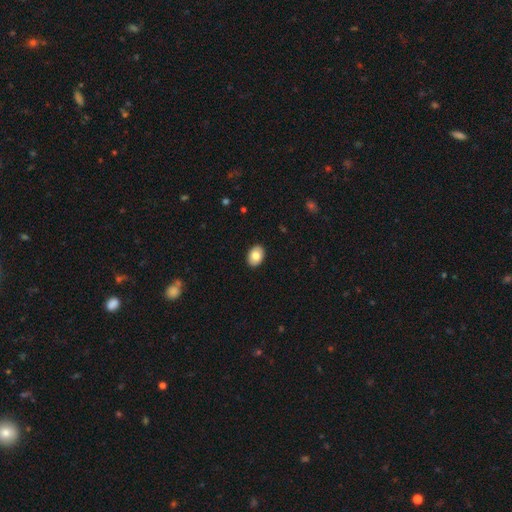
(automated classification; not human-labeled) The model was most divided on "how rounded": in between: 77%, round: 22%, cigar-shaped: 1%. More confident: merging — none (91%); smooth or featured — smooth (80%).